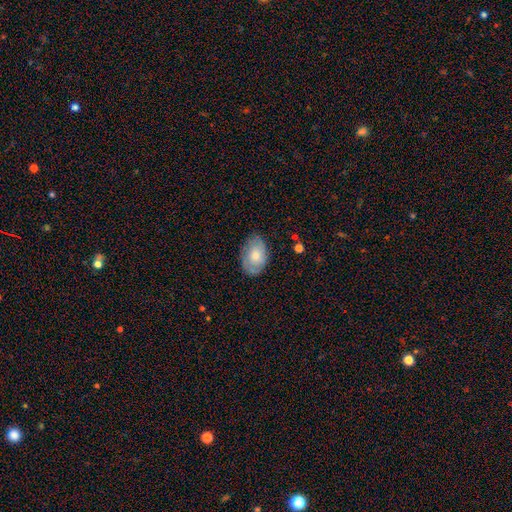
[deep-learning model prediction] Smooth or featured? Predicted: smooth (p=0.59). How rounded? Predicted: in between (p=0.87). Merging? Predicted: none (p=0.75).